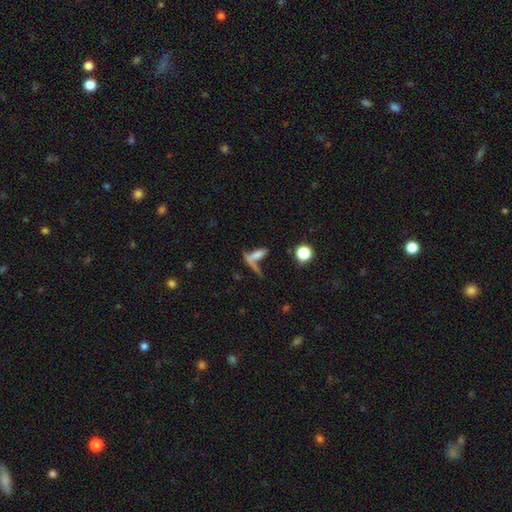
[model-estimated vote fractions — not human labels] Smooth or featured? smooth (59%)
How rounded? cigar-shaped (57%)
Merging? merger (40%)